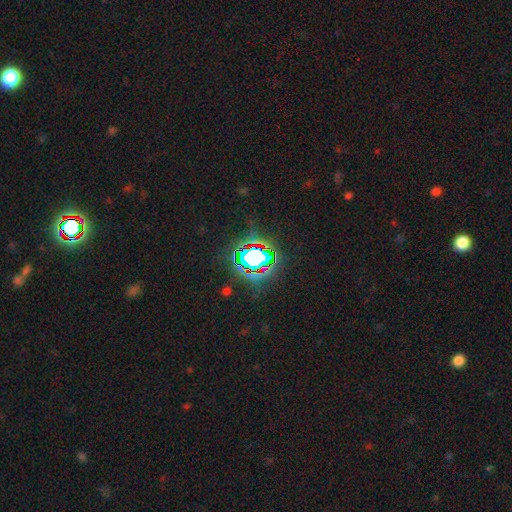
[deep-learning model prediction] Smooth or featured? Predicted: star or artifact (p=0.73).